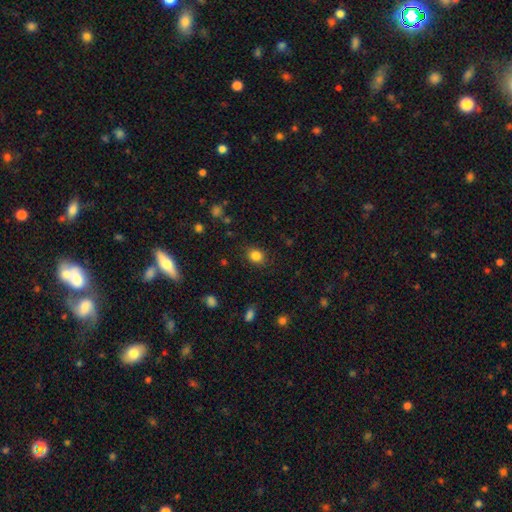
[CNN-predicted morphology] Smooth or featured? smooth (83%)
How rounded? round (58%)
Merging? none (85%)